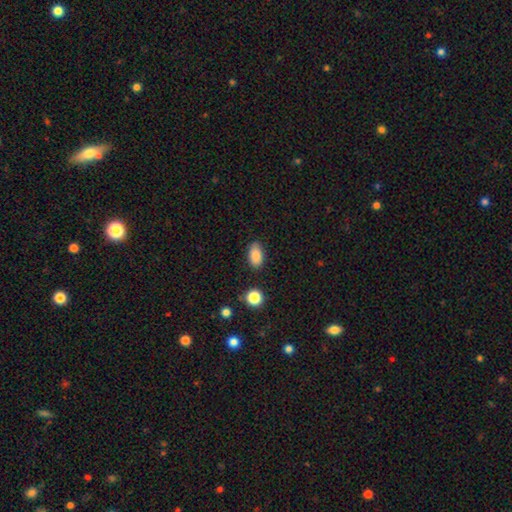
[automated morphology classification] This is clearly a smooth galaxy (86%). How rounded: clearly in between (90%). Merging: clearly none (83%).